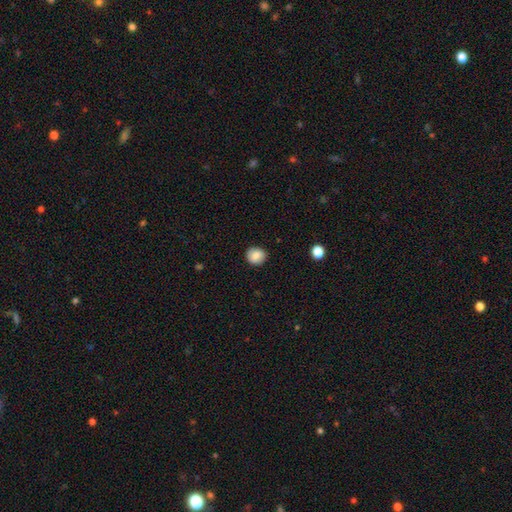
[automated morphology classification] Overall: smooth (83%). How rounded: round (83%). Merging: none (89%).